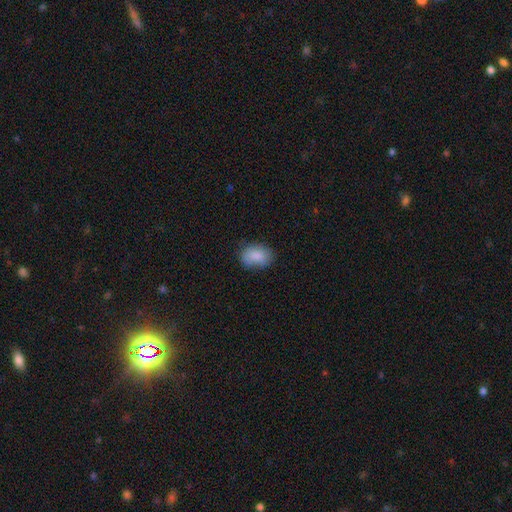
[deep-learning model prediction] Smooth or featured? smooth (85%)
How rounded? in between (78%)
Merging? none (68%)